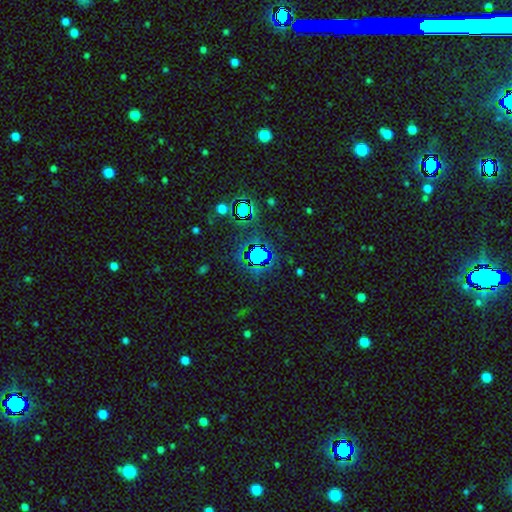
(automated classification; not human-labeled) Q: Smooth or featured?
A: star or artifact (68%); runner-up: smooth (22%)